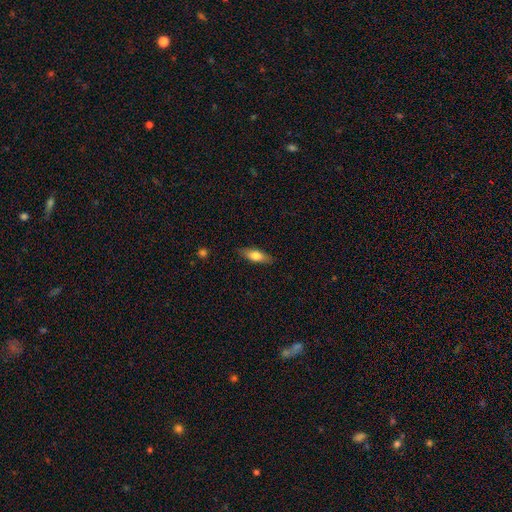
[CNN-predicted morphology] A smooth galaxy with no disk features (70%) that is in between round and cigar-shaped (60%). Merging: none (86%).